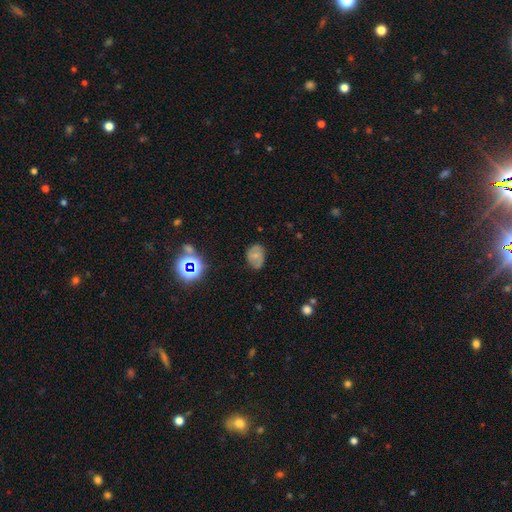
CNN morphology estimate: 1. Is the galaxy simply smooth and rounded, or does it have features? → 53% smooth, 32% featured or disk, 15% star or artifact.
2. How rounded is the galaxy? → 65% in between, 34% round, 1% cigar-shaped.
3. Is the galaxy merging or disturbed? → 68% none, 24% minor disturbance, 6% major disturbance, 2% merger.